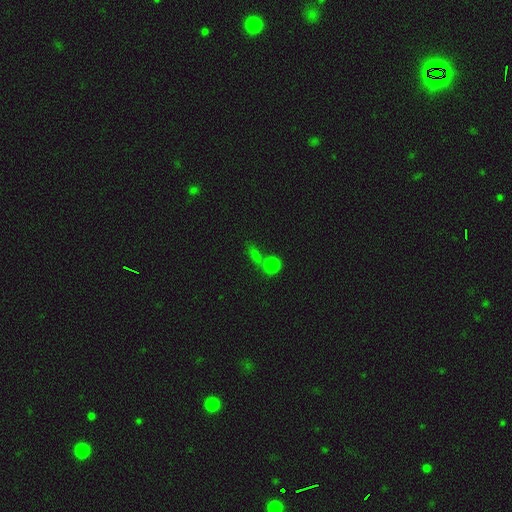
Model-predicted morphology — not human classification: Smooth or featured: smooth — 68% (star or artifact — 23%)
How rounded: round — 65% (in between — 28%)
Merging: none — 58% (merger — 26%)